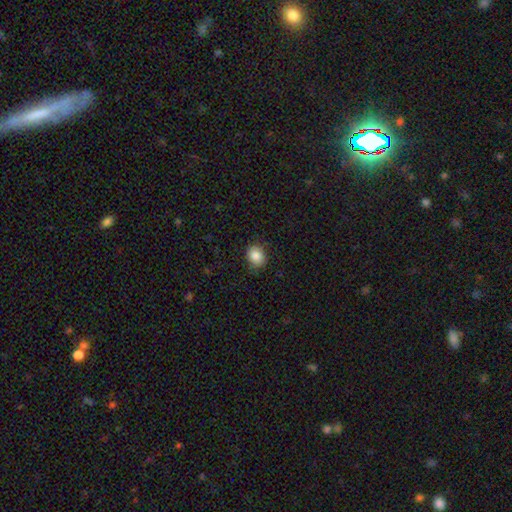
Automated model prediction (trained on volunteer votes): Smooth or featured: smooth — 86% (star or artifact — 9%)
How rounded: round — 59% (in between — 40%)
Merging: none — 85% (minor disturbance — 11%)